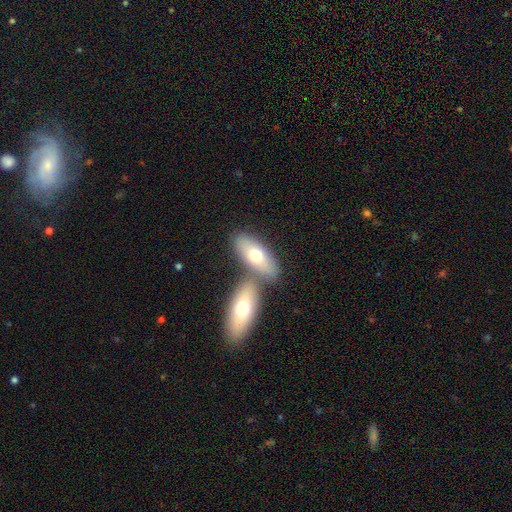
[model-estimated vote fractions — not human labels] The model was most divided on "merging": none: 51%, merger: 37%, minor disturbance: 9%, major disturbance: 3%. More confident: how rounded — in between (80%); smooth or featured — smooth (67%).